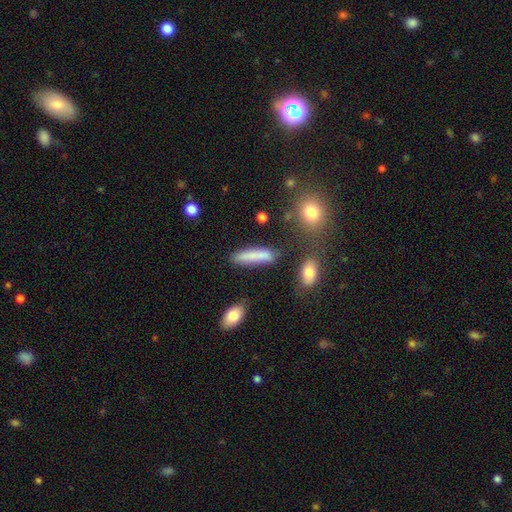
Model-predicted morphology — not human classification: type=smooth (78%); roundness=cigar-shaped (82%); merging=none (76%).